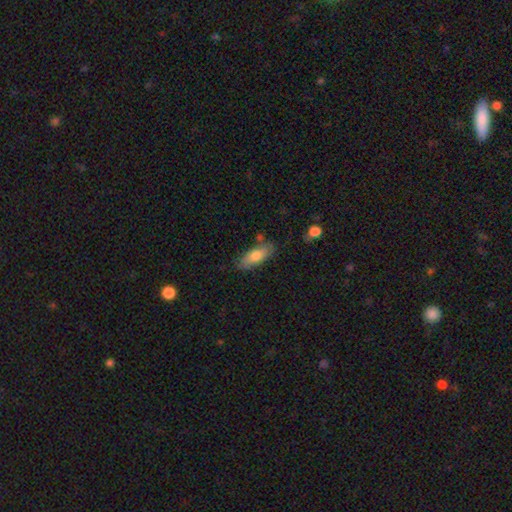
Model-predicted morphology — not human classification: Smooth or featured: smooth — 75% (featured or disk — 19%)
How rounded: in between — 69% (cigar-shaped — 29%)
Merging: none — 76% (minor disturbance — 16%)